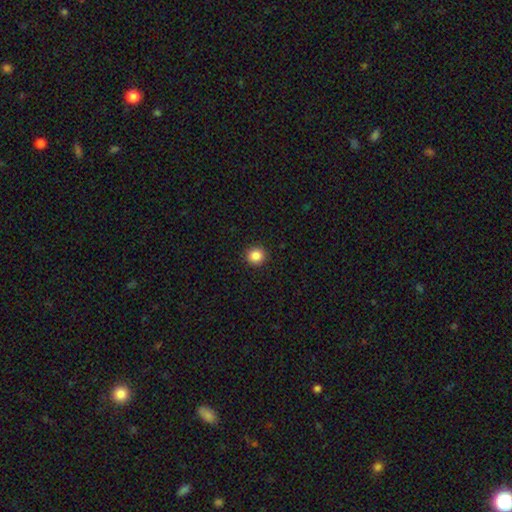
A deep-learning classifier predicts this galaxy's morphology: smooth_or_featured: smooth (p=0.85) [alt: star or artifact p=0.10]
how_rounded: round (p=0.93) [alt: in between p=0.06]
merging: none (p=0.93) [alt: minor disturbance p=0.05]